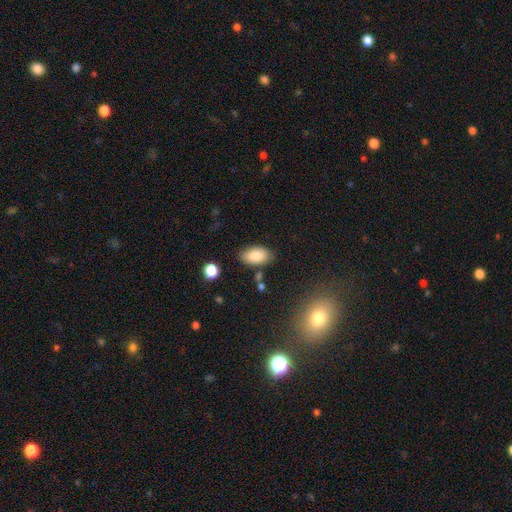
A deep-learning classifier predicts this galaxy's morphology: Smooth or featured: smooth — 83% (featured or disk — 9%)
How rounded: in between — 93% (round — 5%)
Merging: none — 81% (minor disturbance — 12%)